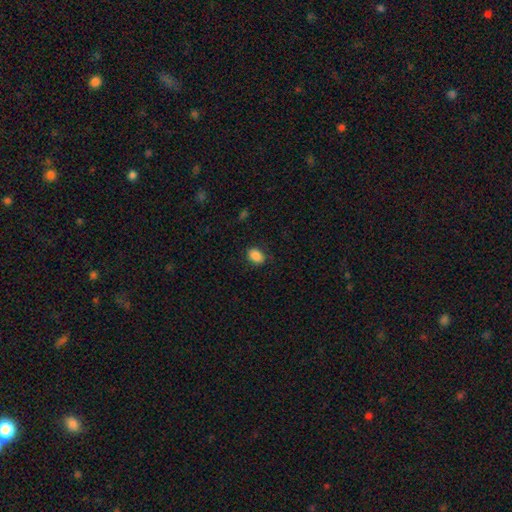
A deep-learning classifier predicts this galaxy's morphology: Smooth or featured? Predicted: smooth (p=0.88). How rounded? Predicted: in between (p=0.77). Merging? Predicted: none (p=0.82).